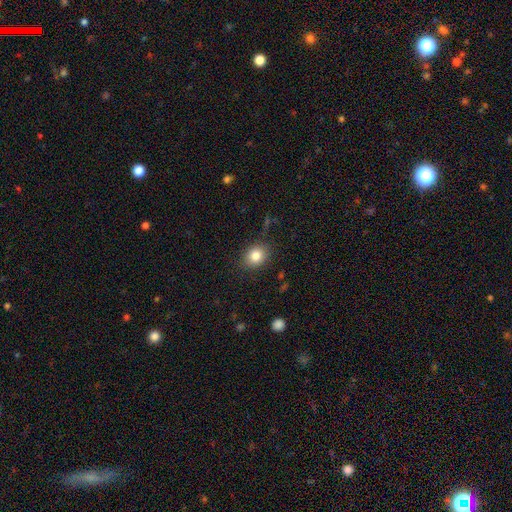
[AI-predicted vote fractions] smooth_or_featured: smooth (p=0.82) [alt: star or artifact p=0.10]
how_rounded: round (p=0.53) [alt: in between p=0.46]
merging: none (p=0.86) [alt: minor disturbance p=0.10]